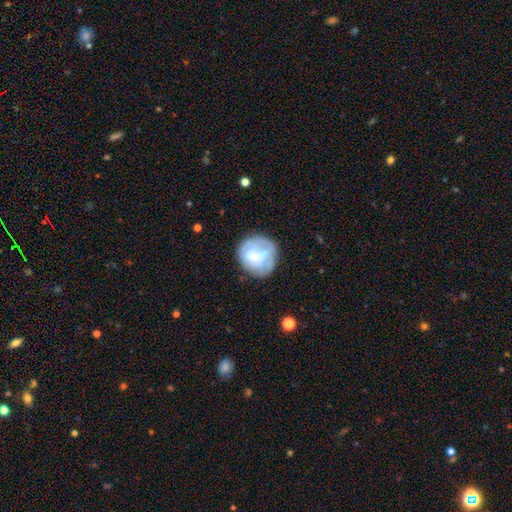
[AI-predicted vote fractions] Overall: smooth (50%; featured or disk 41%). How rounded: round (86%). Merging: none (65%).